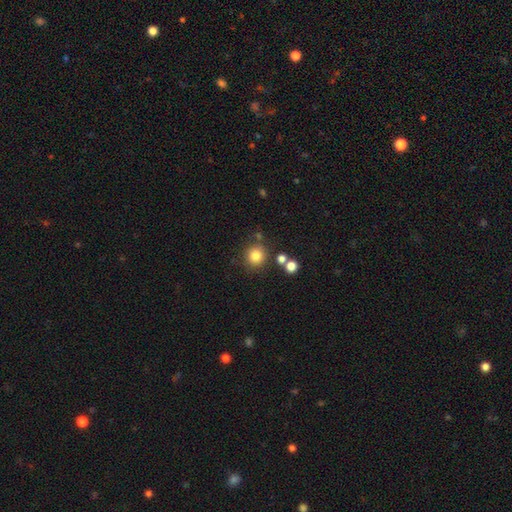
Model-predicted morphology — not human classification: A smooth galaxy with no disk features (82%) that is round (92%).

Vote fractions:
- Smooth or featured? smooth: 82% / star or artifact: 12% / featured or disk: 6%
- How rounded? round: 92% / in between: 7% / cigar-shaped: 1%
- Merging? none: 80% / minor disturbance: 9% / merger: 8% / major disturbance: 3%